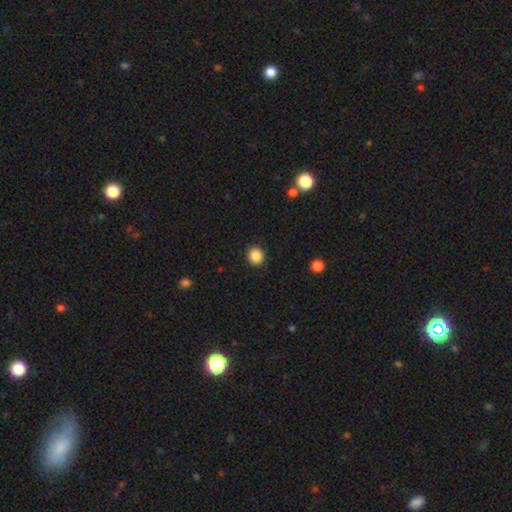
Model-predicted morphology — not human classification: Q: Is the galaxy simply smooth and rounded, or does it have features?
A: smooth — 87%.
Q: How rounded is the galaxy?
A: round — 91%.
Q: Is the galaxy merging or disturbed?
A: none — 92%.